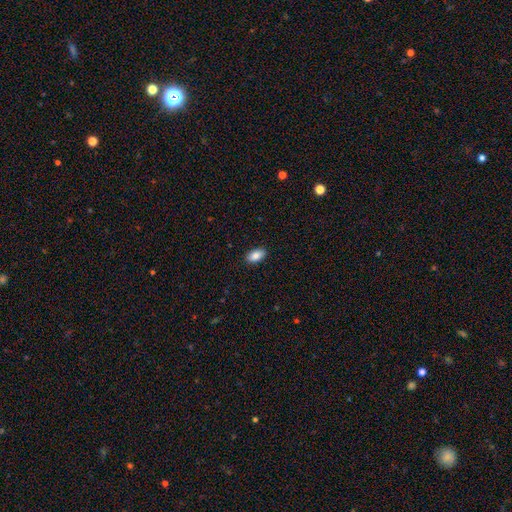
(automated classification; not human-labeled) Morphology: type=smooth (87%); roundness=in between (93%); merging=none (90%).